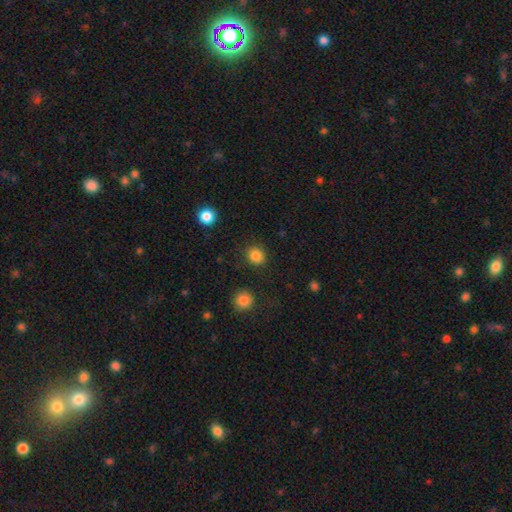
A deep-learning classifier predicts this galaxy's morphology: Q: Smooth or featured?
A: smooth (85%); runner-up: star or artifact (11%)
Q: How rounded?
A: round (87%); runner-up: in between (12%)
Q: Merging?
A: none (89%); runner-up: minor disturbance (7%)